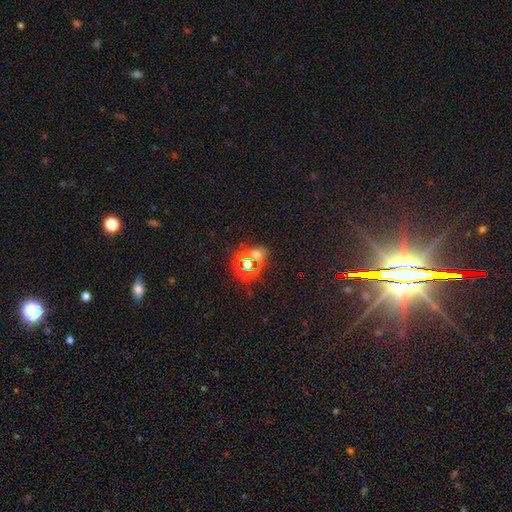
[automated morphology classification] A star or artifact, not a galaxy (64%).

Vote fractions:
- Smooth or featured? star or artifact: 64% / smooth: 26% / featured or disk: 10%